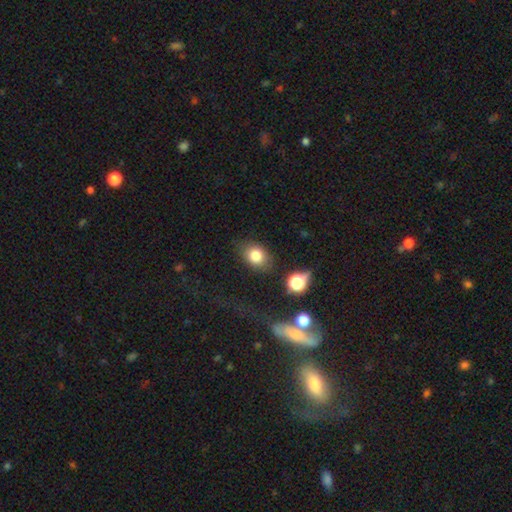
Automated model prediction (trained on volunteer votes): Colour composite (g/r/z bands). It shows a smooth galaxy with no disk features (80%) that is in between round and cigar-shaped (60%). Merging: none (75%).